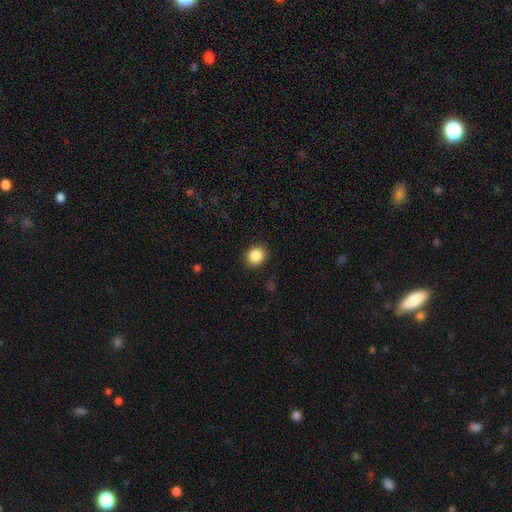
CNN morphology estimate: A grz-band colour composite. It shows a smooth galaxy with no disk features (87%) that is round (67%). Merging: none (90%).